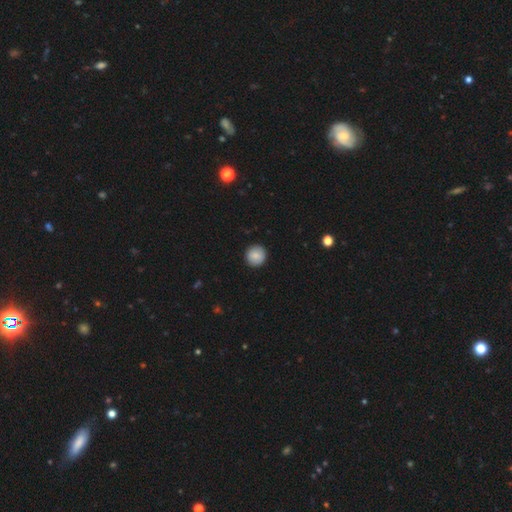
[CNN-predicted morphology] smooth 87%, star or artifact 7%, featured or disk 6%. Down the decision tree: how rounded — round (95%); merging — none (92%).